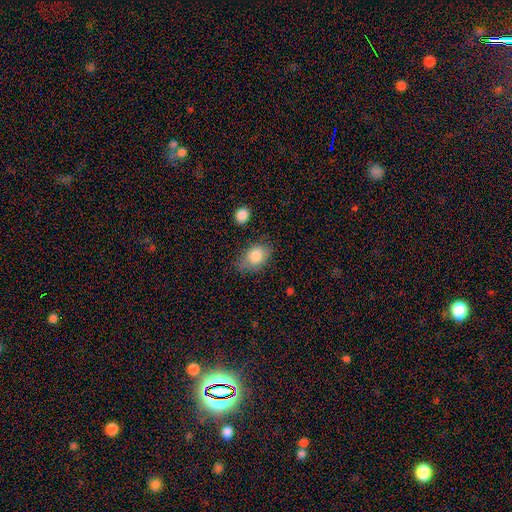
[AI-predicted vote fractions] Smooth or featured? smooth (82%)
How rounded? in between (81%)
Merging? none (66%)